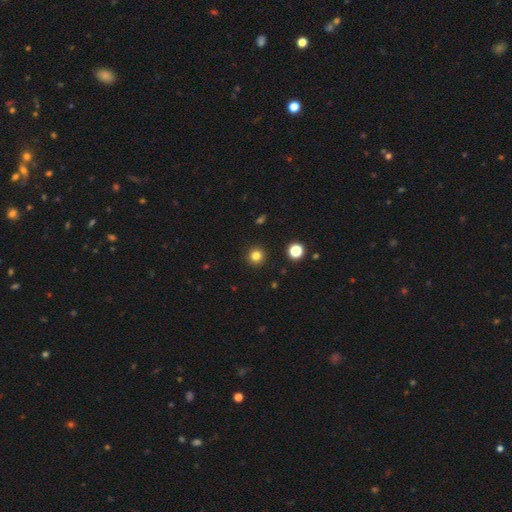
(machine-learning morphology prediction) Smooth or featured? smooth (82%)
How rounded? round (95%)
Merging? none (92%)